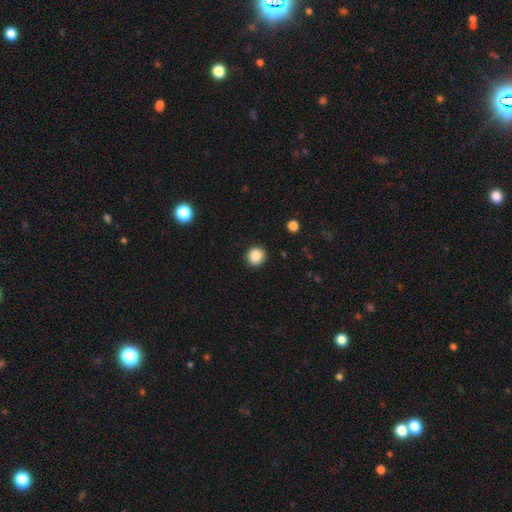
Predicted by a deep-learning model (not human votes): Smooth or featured? smooth (87%)
How rounded? round (93%)
Merging? none (91%)